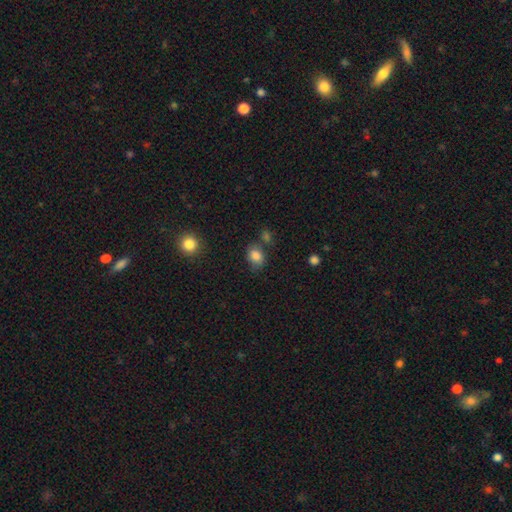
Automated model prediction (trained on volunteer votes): A smooth galaxy with no disk features (84%) that is in between round and cigar-shaped (55%).

Vote fractions:
- Smooth or featured? smooth: 84% / star or artifact: 11% / featured or disk: 5%
- How rounded? in between: 55% / round: 44% / cigar-shaped: 1%
- Merging? none: 68% / minor disturbance: 17% / merger: 10% / major disturbance: 5%